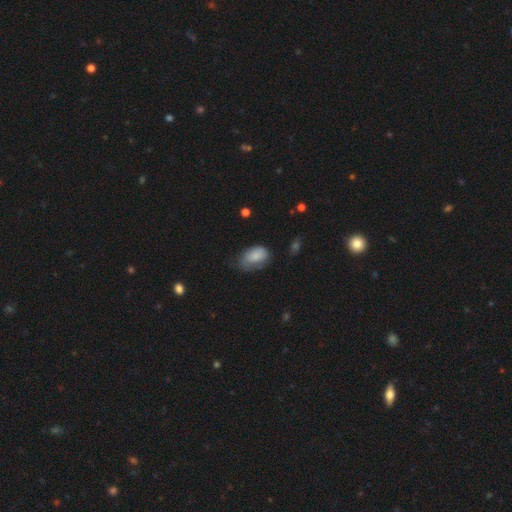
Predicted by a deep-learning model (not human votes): Smooth or featured: smooth — 77% (featured or disk — 16%)
How rounded: in between — 90% (round — 9%)
Merging: none — 42% (minor disturbance — 38%)